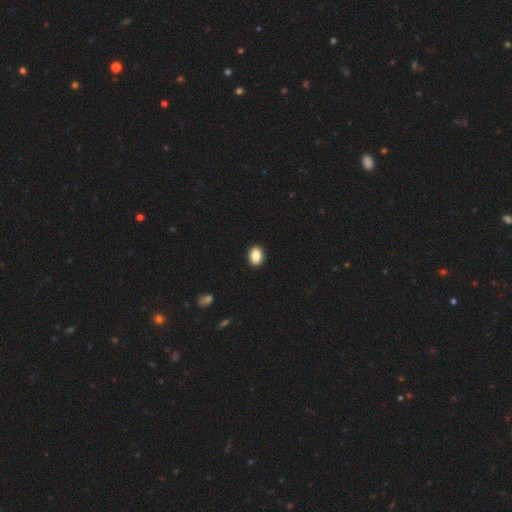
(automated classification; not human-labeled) Morphology: type=smooth (86%); roundness=in between (77%); merging=none (92%).